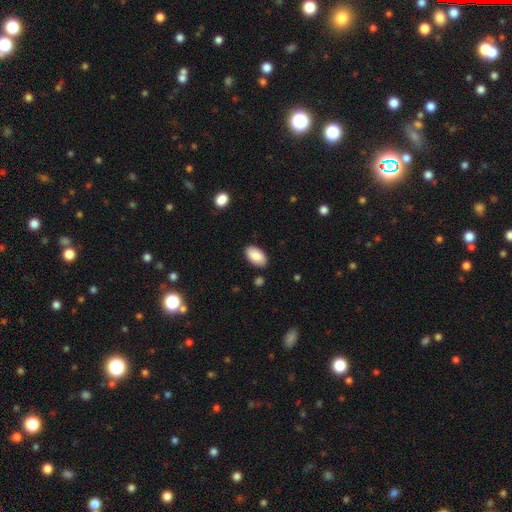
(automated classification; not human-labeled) Smooth or featured? Predicted: smooth (p=0.88). How rounded? Predicted: in between (p=0.95). Merging? Predicted: none (p=0.86).